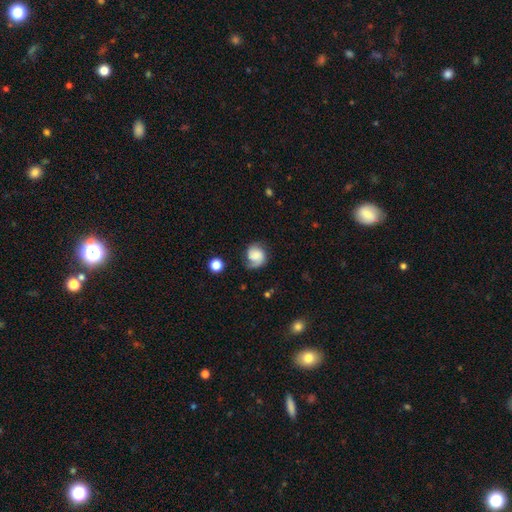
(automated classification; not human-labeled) This is possibly a featured or disk galaxy (58%). It is clearly not viewed edge-on (98%). Bar: likely no (61%). Spiral arm pattern: clearly yes (92%). Spiral arm count: possibly 2 (53%). Spiral winding: marginally medium (42%). Central bulge: marginally none (32%). Merging: likely none (63%).